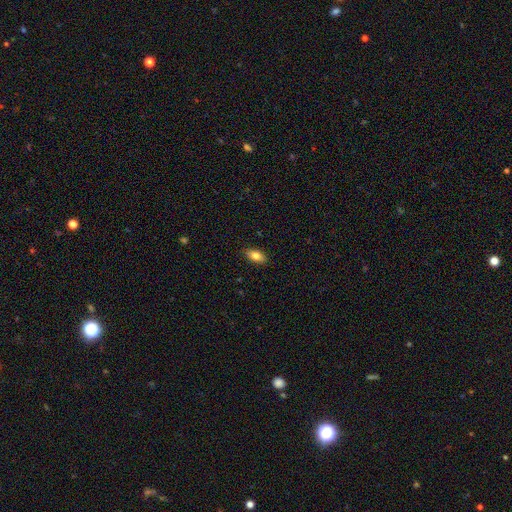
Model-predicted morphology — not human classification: Q: Smooth or featured?
A: smooth (82%); runner-up: featured or disk (11%)
Q: How rounded?
A: in between (89%); runner-up: cigar-shaped (7%)
Q: Merging?
A: none (89%); runner-up: minor disturbance (9%)